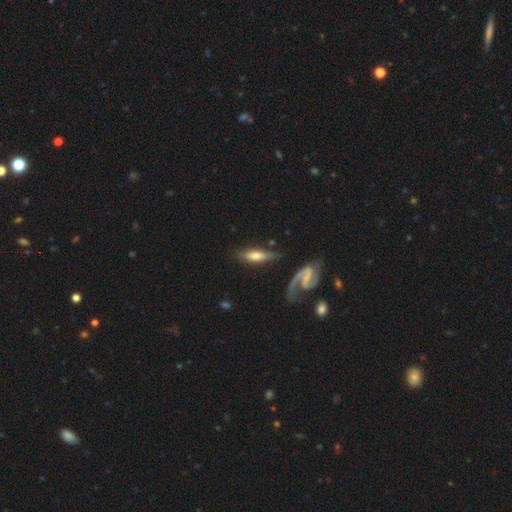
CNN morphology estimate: smooth_or_featured: featured or disk (p=0.49) [alt: smooth p=0.45]
merging: none (p=0.64) [alt: minor disturbance p=0.19]